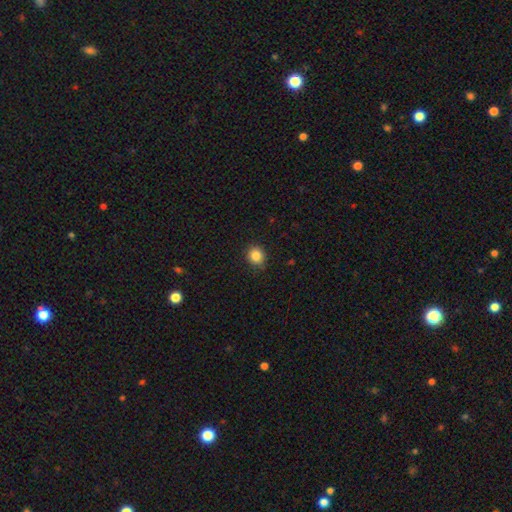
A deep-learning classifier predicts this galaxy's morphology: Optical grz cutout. It shows a smooth galaxy with no disk features (85%) that is round (85%). Merging: none (86%).